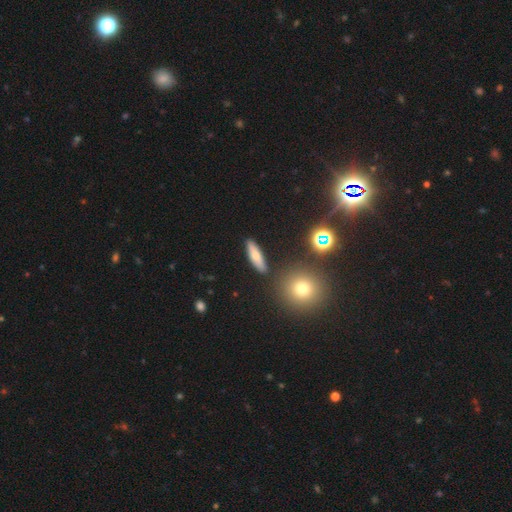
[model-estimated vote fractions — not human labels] This appears to be a smooth galaxy with no disk features (65%) that is cigar-shaped (58%). Merging: none (86%).